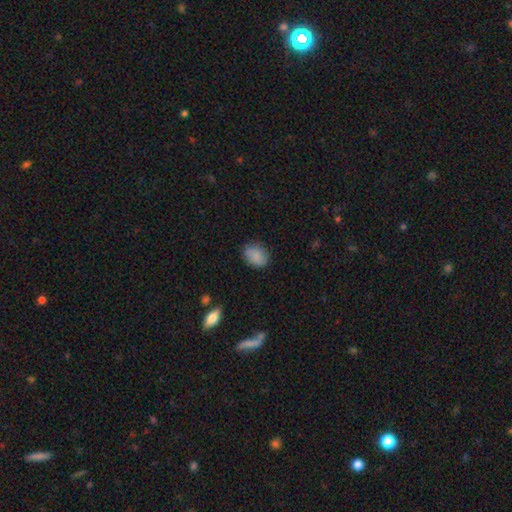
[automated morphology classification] Smooth or featured? smooth (82%)
How rounded? in between (57%)
Merging? none (80%)